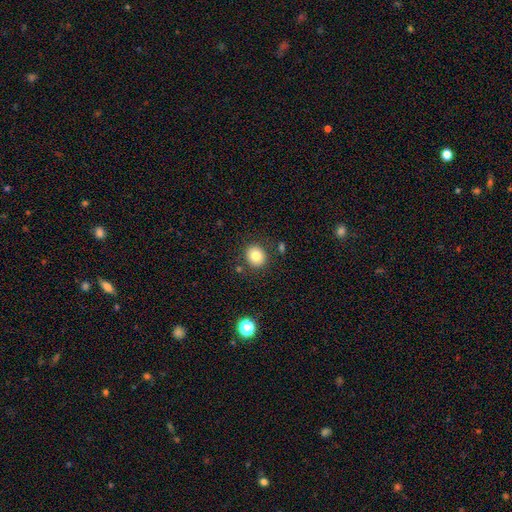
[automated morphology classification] This appears to be a smooth galaxy with no disk features (80%) that is round (82%). Merging: none (86%).